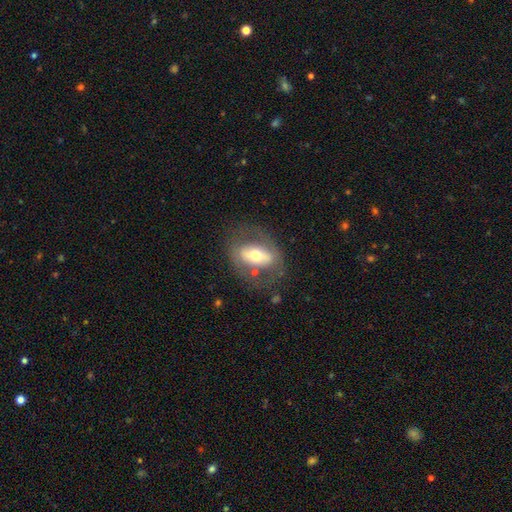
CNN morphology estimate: smooth-or-featured: featured or disk: 55% | smooth: 38% | star or artifact: 7%
  disk-edge-on: no: 85% | yes: 15%
  merging: none: 68% | minor disturbance: 17% | major disturbance: 13% | merger: 3%